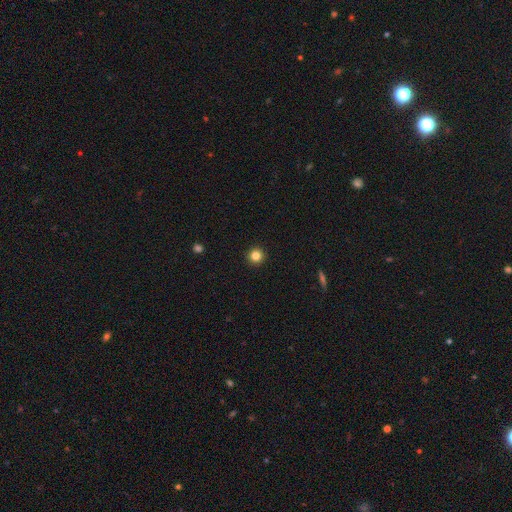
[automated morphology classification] A smooth galaxy with no disk features (83%) that is round (96%). Merging: none (94%).